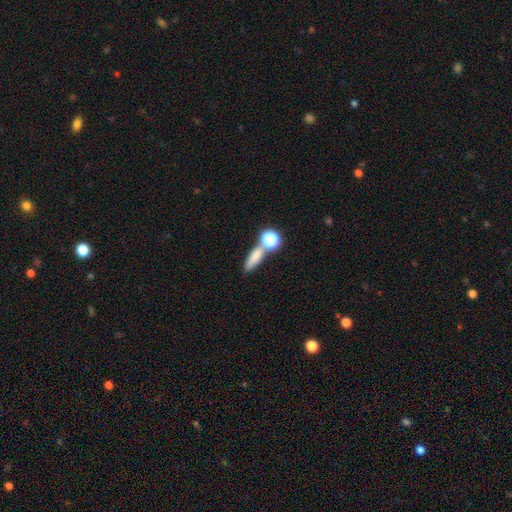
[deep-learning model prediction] smooth_or_featured: smooth (p=0.75) [alt: star or artifact p=0.14]
how_rounded: in between (p=0.46) [alt: cigar-shaped p=0.35]
merging: none (p=0.54) [alt: merger p=0.29]